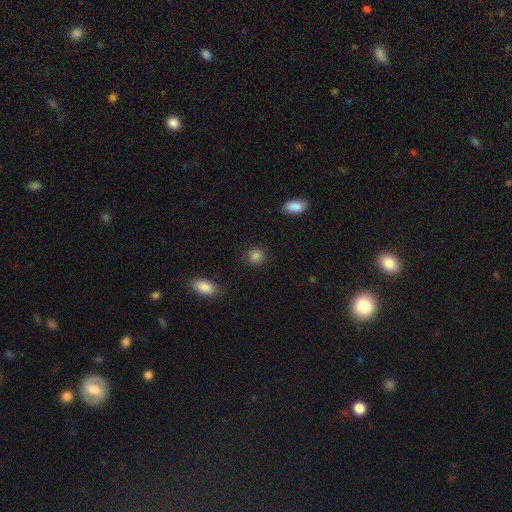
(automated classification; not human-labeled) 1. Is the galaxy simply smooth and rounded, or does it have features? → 87% smooth, 9% star or artifact, 4% featured or disk.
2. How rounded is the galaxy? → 85% round, 14% in between, 1% cigar-shaped.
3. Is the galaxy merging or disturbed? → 87% none, 8% minor disturbance, 3% major disturbance, 2% merger.